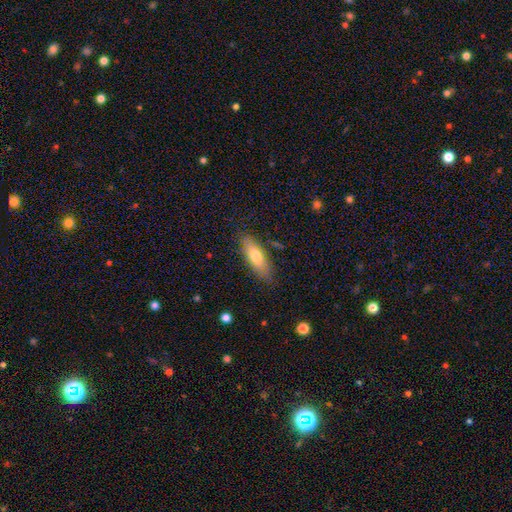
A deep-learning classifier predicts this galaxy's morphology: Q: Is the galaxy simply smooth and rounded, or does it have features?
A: smooth — 71%.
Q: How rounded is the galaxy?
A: in between — 61%.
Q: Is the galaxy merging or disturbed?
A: none — 82%.